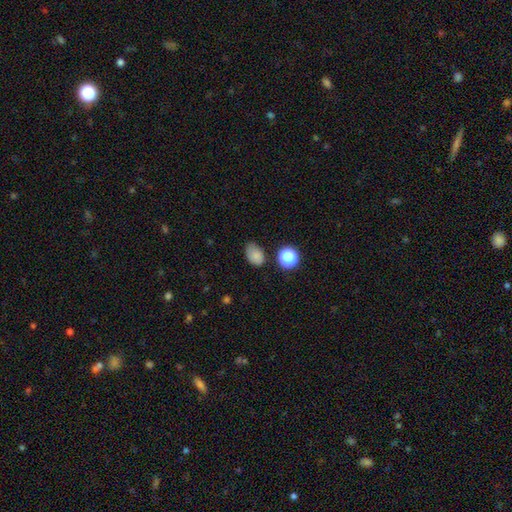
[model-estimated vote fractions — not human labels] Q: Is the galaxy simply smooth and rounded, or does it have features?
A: smooth — 78%.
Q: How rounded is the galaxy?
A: in between — 74%.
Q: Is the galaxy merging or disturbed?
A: none — 61%.